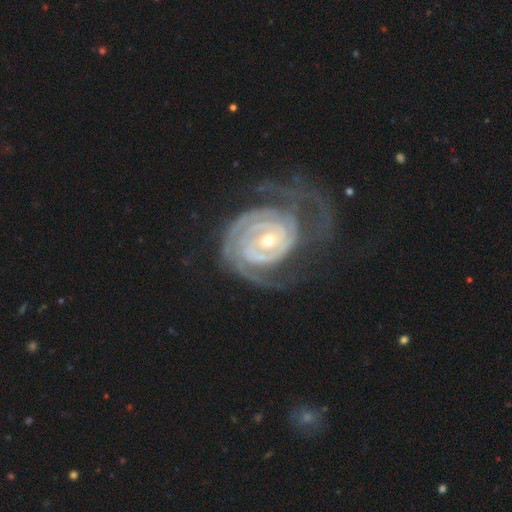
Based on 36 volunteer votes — Smooth or featured? featured or disk (97%)
Edge-on disk? no (89%)
Bar? no (42%)
Spiral arms? yes (100%)
Spiral winding? tight (77%)
Spiral arm count? 2 (58%)
Bulge size? small (58%)
Merging? none (47%)